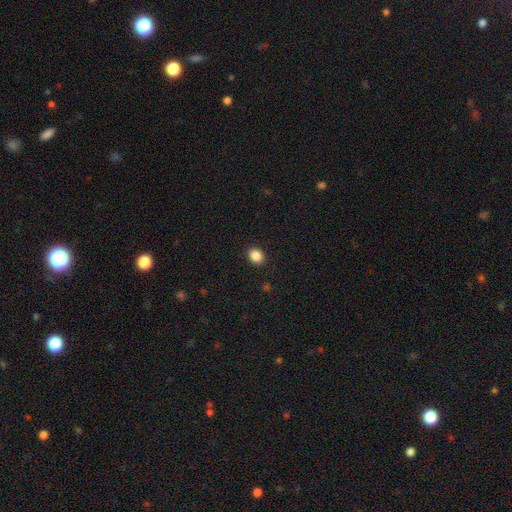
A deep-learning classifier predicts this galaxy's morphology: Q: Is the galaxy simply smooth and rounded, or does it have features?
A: smooth — 87%.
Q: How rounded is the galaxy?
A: in between — 50%.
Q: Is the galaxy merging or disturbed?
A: none — 90%.